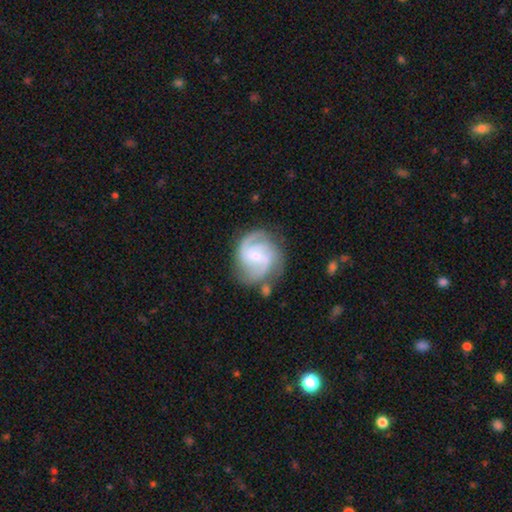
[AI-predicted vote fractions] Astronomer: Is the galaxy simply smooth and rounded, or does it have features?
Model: featured or disk — 86%.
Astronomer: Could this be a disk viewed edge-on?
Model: no — 98%.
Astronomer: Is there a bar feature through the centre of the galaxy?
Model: no — 45% (runner-up: weak, 44%).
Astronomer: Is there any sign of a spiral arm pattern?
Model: yes — 97%.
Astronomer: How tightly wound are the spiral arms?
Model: medium — 51% (runner-up: tight, 36%).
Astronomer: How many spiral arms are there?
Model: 2 — 42% (runner-up: 3, 36%).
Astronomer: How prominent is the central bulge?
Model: small — 70%.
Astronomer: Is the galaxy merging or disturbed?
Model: none — 71%.